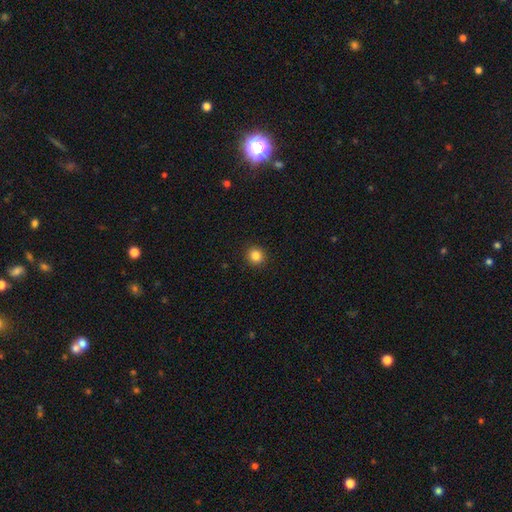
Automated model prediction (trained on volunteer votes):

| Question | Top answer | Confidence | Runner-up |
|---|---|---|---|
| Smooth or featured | smooth | 85% | star or artifact (11%) |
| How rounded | round | 92% | in between (7%) |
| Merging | none | 92% | minor disturbance (5%) |